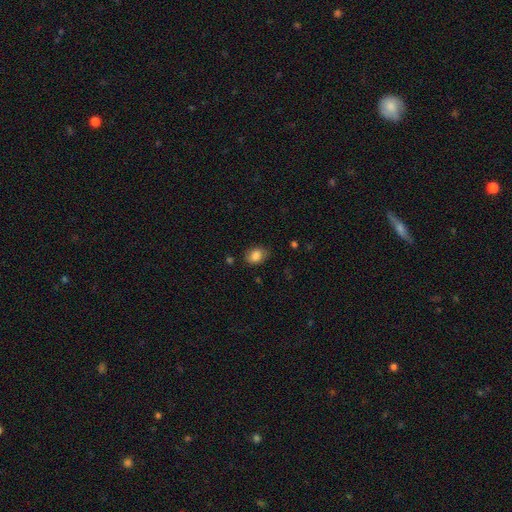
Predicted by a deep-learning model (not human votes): Smooth or featured?
  - smooth: 85% *
  - star or artifact: 9%
  - featured or disk: 6%
How rounded?
  - in between: 68% *
  - round: 31%
  - cigar-shaped: 1%
Merging?
  - none: 75% *
  - minor disturbance: 19%
  - major disturbance: 4%
  - merger: 2%